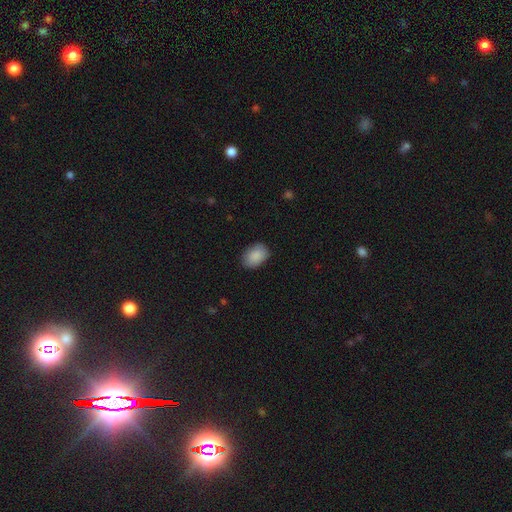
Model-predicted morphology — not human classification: This appears to be a smooth galaxy with no disk features (89%) that is in between round and cigar-shaped (83%). Merging: none (82%).